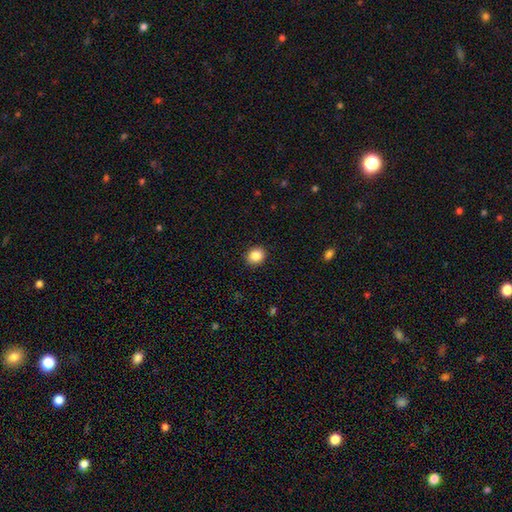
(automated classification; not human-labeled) Morphology: type=smooth (87%); roundness=round (71%); merging=none (90%).